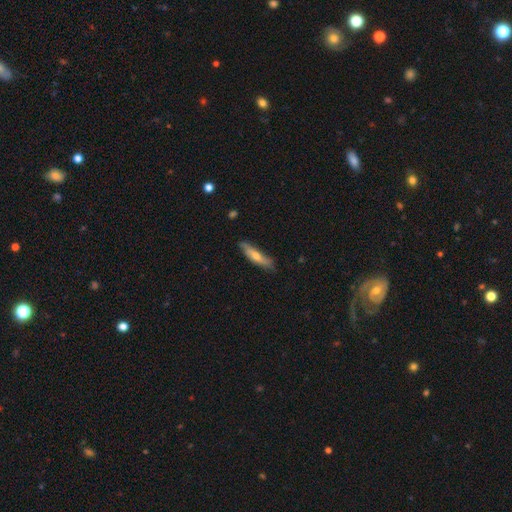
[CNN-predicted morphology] Smooth or featured? smooth (56%)
How rounded? cigar-shaped (75%)
Merging? none (75%)